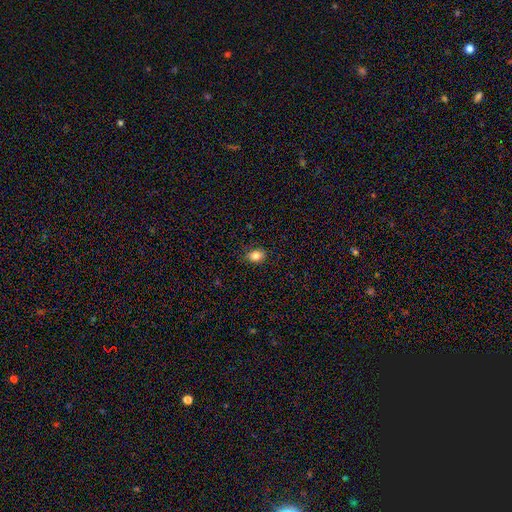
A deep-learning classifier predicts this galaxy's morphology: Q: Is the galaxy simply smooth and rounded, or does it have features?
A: smooth — 85%.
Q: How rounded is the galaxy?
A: in between — 69%.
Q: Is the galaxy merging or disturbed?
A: none — 85%.